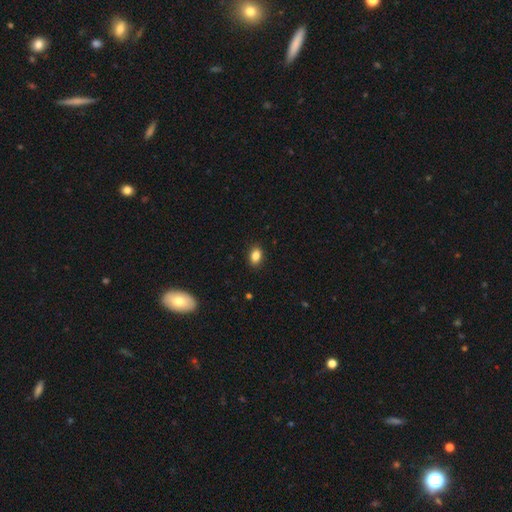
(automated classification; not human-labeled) smooth 86%, star or artifact 9%, featured or disk 5%. Down the decision tree: how rounded — in between (81%); merging — none (89%).